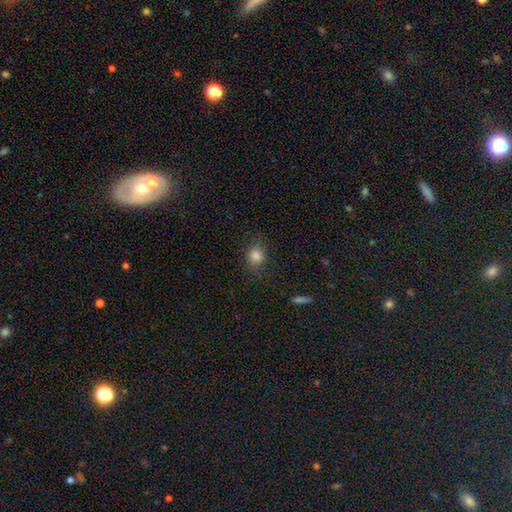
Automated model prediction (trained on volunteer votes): This is clearly a smooth galaxy (82%). How rounded: likely round (71%). Merging: likely none (78%).